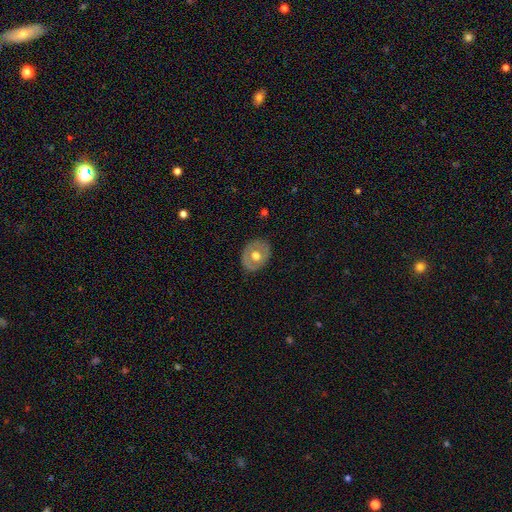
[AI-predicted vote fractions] Smooth or featured? Predicted: featured or disk (p=0.47). Merging? Predicted: none (p=0.82).